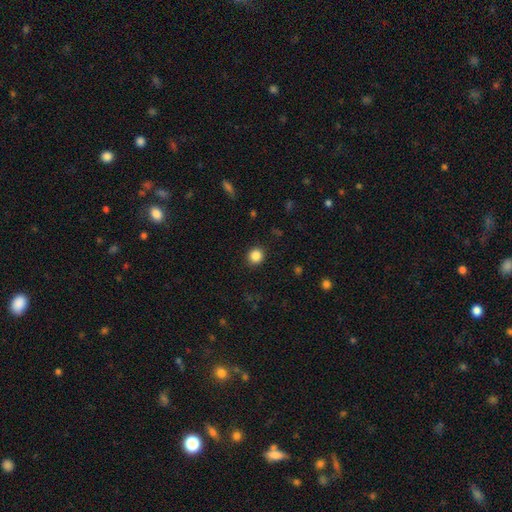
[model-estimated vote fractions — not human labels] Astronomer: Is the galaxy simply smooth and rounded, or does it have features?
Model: smooth — 86%.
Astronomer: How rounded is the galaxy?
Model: round — 88%.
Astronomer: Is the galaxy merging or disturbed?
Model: none — 90%.